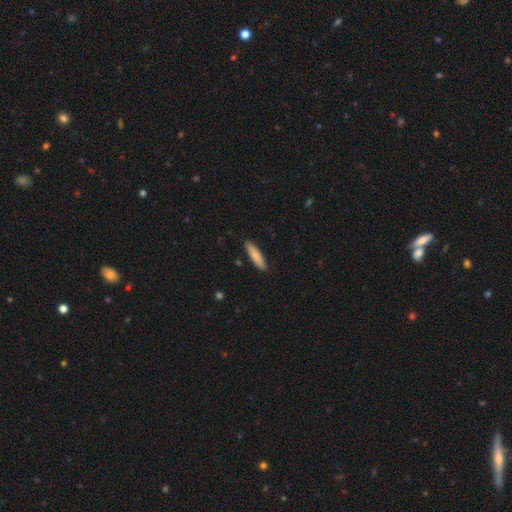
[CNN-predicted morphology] The model was most divided on "how rounded": cigar-shaped: 77%, in between: 22%, round: 1%. More confident: merging — none (89%); smooth or featured — smooth (83%).